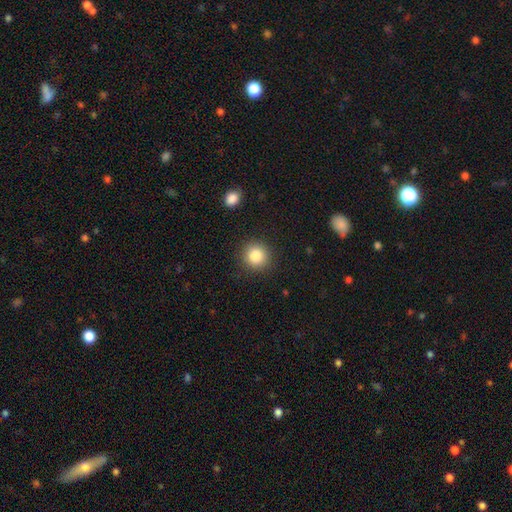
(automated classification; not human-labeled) The model was most divided on "smooth or featured": smooth: 85%, star or artifact: 10%, featured or disk: 5%. More confident: how rounded — round (92%); merging — none (90%).